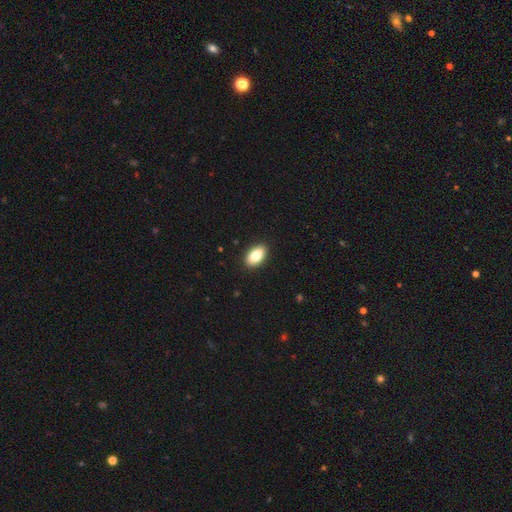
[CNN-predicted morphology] A smooth galaxy with no disk features (83%) that is in between round and cigar-shaped (92%). Merging: none (91%).